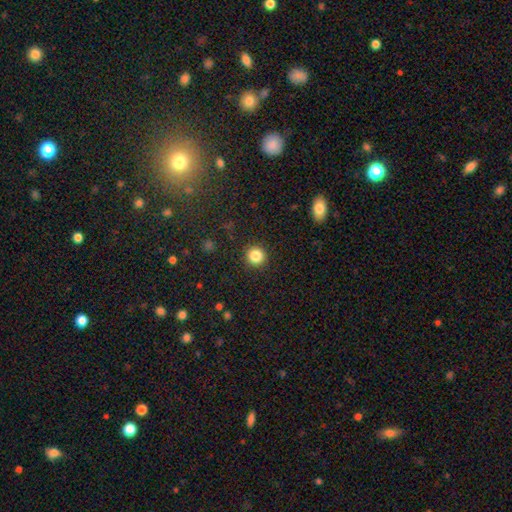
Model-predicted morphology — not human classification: This is clearly a smooth galaxy (85%). How rounded: clearly round (95%). Merging: clearly none (92%).